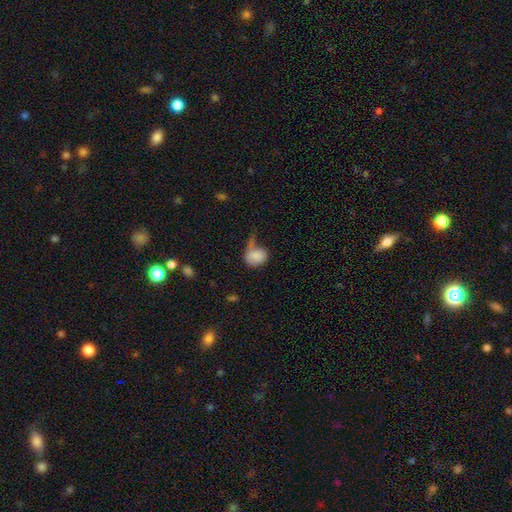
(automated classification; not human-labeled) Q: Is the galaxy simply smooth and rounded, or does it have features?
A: smooth — 81%.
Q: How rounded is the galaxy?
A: in between — 53%.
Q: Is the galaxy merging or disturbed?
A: none — 31%.